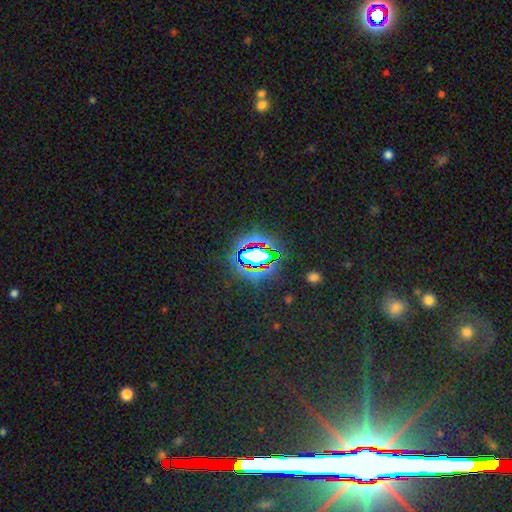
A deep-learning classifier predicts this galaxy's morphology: Smooth or featured? Predicted: star or artifact (p=0.72).